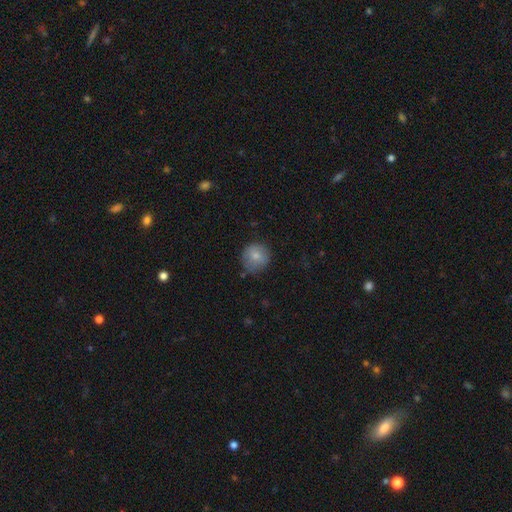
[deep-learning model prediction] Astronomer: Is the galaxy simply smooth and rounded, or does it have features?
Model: smooth — 80%.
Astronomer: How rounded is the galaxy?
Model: round — 91%.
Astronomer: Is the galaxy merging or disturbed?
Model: none — 74%.